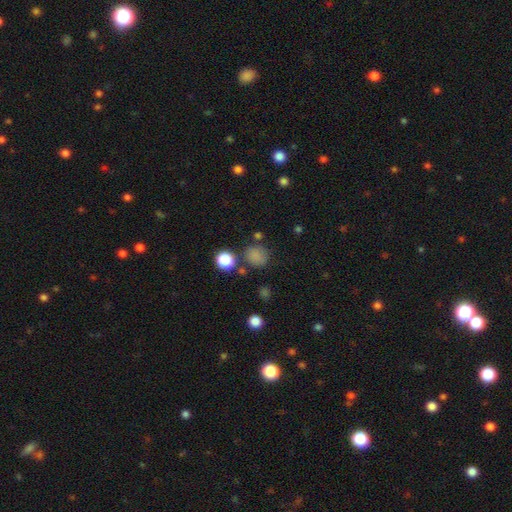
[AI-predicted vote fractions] A smooth galaxy with no disk features (79%) that is round (80%).

Vote fractions:
- Smooth or featured? smooth: 79% / star or artifact: 16% / featured or disk: 5%
- How rounded? round: 80% / in between: 19% / cigar-shaped: 1%
- Merging? none: 73% / minor disturbance: 14% / merger: 7% / major disturbance: 5%